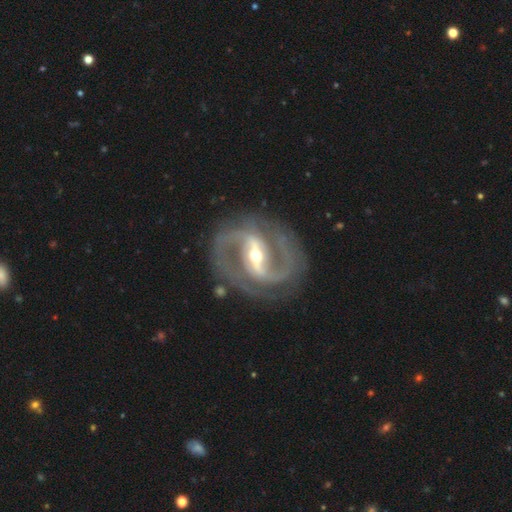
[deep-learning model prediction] featured or disk 93%, star or artifact 4%, smooth 3%. Down the decision tree: edge-on disk — no (97%); bar — strong (69%); spiral arms — yes (98%); spiral arm count — 2 (91%); spiral winding — medium (58%); bulge size — moderate (51%); merging — none (81%).